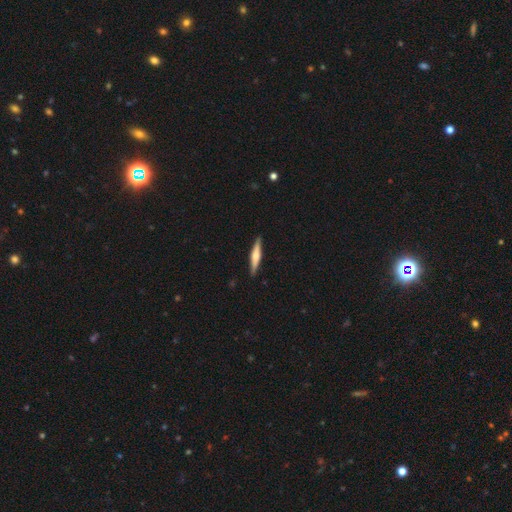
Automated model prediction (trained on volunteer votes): Q: Smooth or featured?
A: featured or disk (54%); runner-up: smooth (41%)
Q: Edge-on disk?
A: yes (97%); runner-up: no (3%)
Q: Edge-on bulge?
A: rounded (68%); runner-up: boxy (21%)
Q: Merging?
A: none (90%); runner-up: minor disturbance (7%)